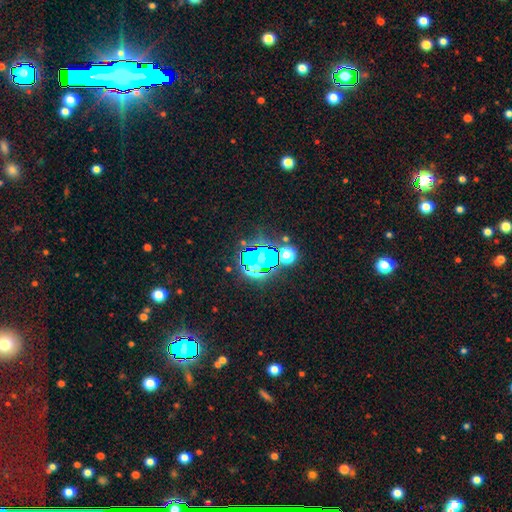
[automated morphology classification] smooth-or-featured: star or artifact: 78% | smooth: 13% | featured or disk: 9%